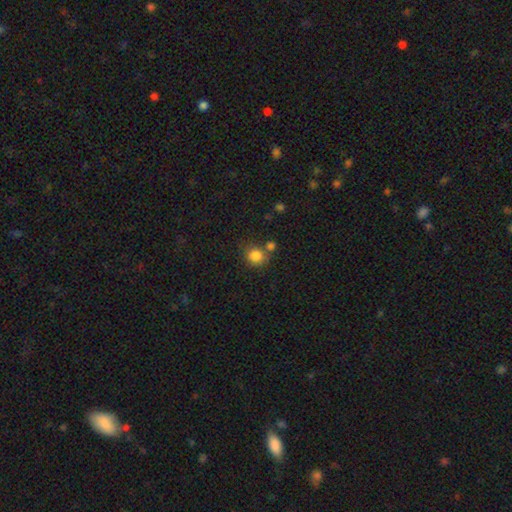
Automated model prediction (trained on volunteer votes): smooth 83%, star or artifact 11%, featured or disk 5%. Down the decision tree: how rounded — round (82%); merging — none (64%).